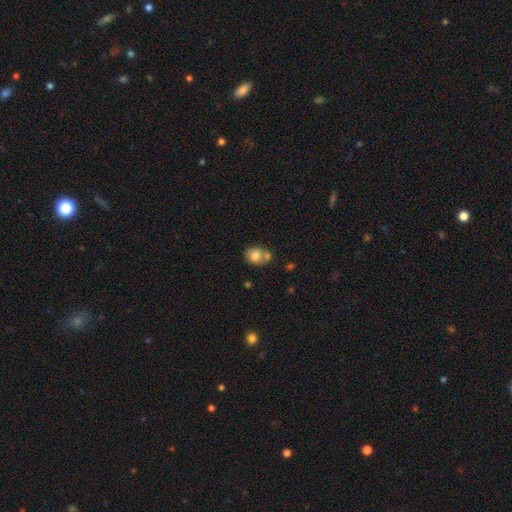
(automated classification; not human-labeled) This is likely a smooth galaxy (77%). How rounded: likely round (62%). Merging: marginally none (44%).